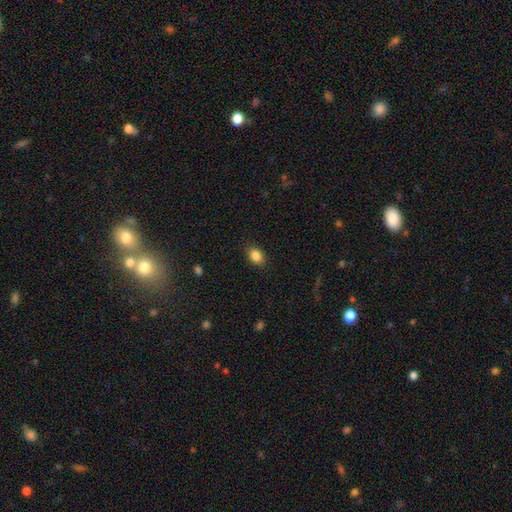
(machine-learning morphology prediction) This appears to be a smooth galaxy with no disk features (86%) that is in between round and cigar-shaped (74%). Merging: none (87%).